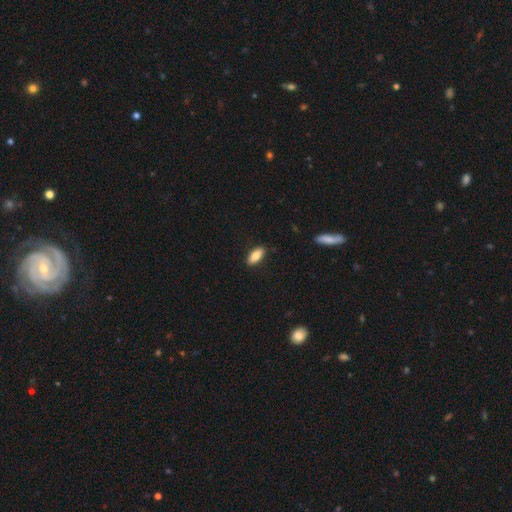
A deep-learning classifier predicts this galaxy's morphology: smooth-or-featured: smooth: 82% | featured or disk: 11% | star or artifact: 7%
  how-rounded: in between: 82% | cigar-shaped: 16% | round: 2%
  merging: none: 88% | minor disturbance: 9% | major disturbance: 2% | merger: 1%